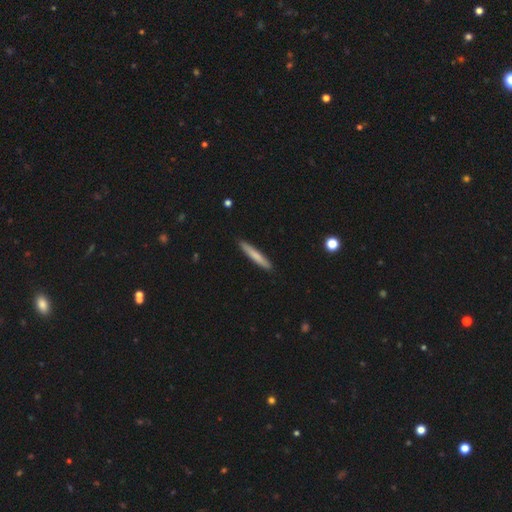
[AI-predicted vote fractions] smooth 74%, featured or disk 20%, star or artifact 5%. Down the decision tree: how rounded — cigar-shaped (95%); merging — none (90%).